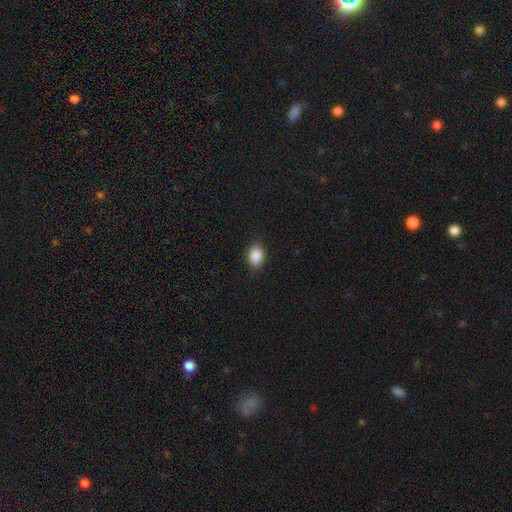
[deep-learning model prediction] The model was most divided on "how rounded": in between: 74%, round: 25%, cigar-shaped: 1%. More confident: merging — none (88%); smooth or featured — smooth (88%).